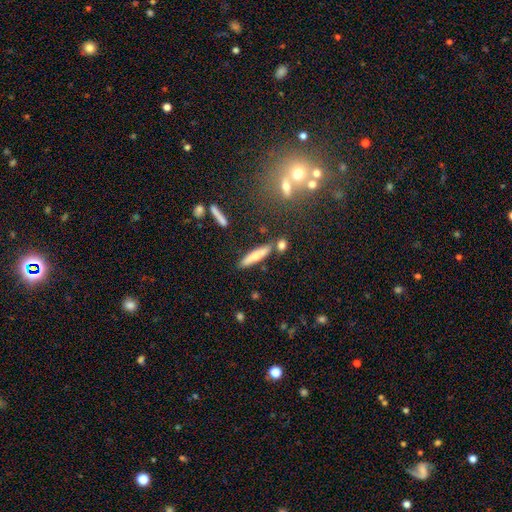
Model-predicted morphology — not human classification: This is likely a smooth galaxy (64%). How rounded: clearly cigar-shaped (84%). Merging: likely none (77%).